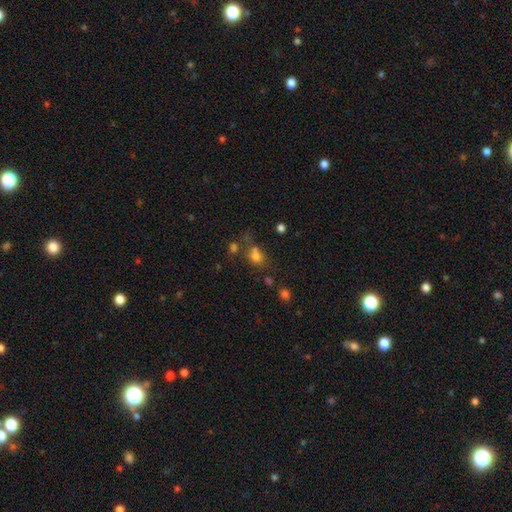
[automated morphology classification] smooth-or-featured: smooth: 70% | star or artifact: 18% | featured or disk: 12%
  how-rounded: round: 61% | in between: 38% | cigar-shaped: 1%
  merging: none: 43% | merger: 34% | minor disturbance: 14% | major disturbance: 9%